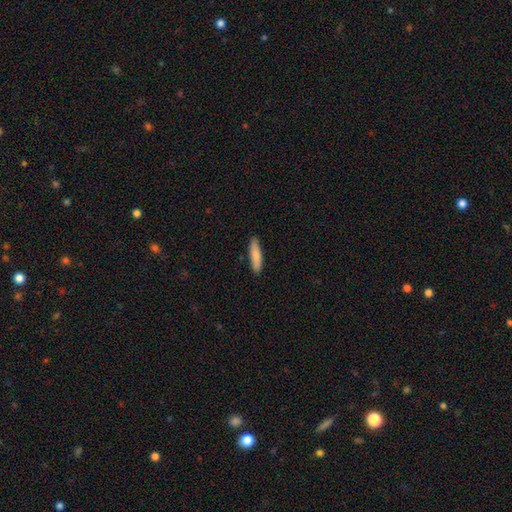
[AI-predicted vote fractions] Overall: smooth (85%). How rounded: cigar-shaped (79%). Merging: none (88%).